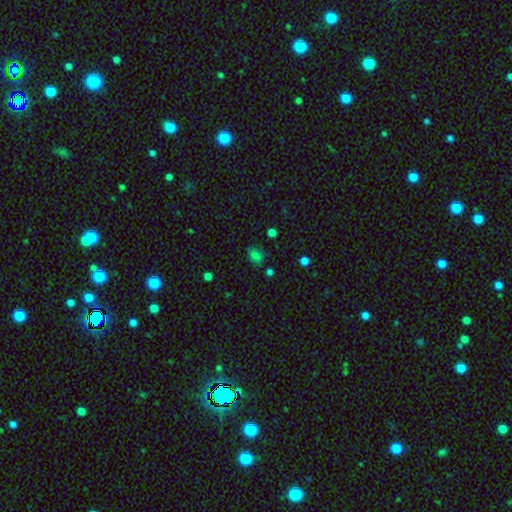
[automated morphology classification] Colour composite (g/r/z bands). It shows a smooth galaxy with no disk features (75%) that is in between round and cigar-shaped (63%). Merging: none (75%).